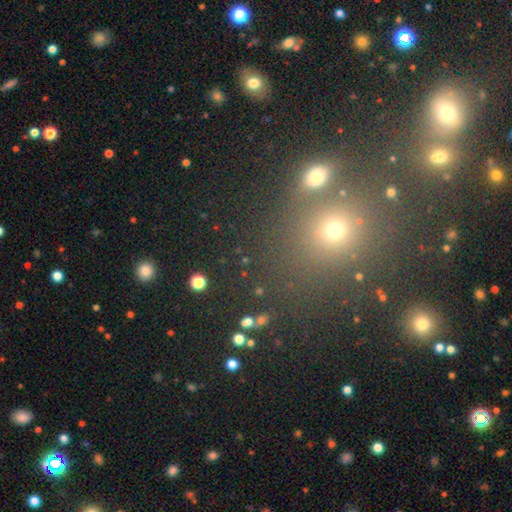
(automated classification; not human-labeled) This is possibly a star or artifact rather than a galaxy (50%).